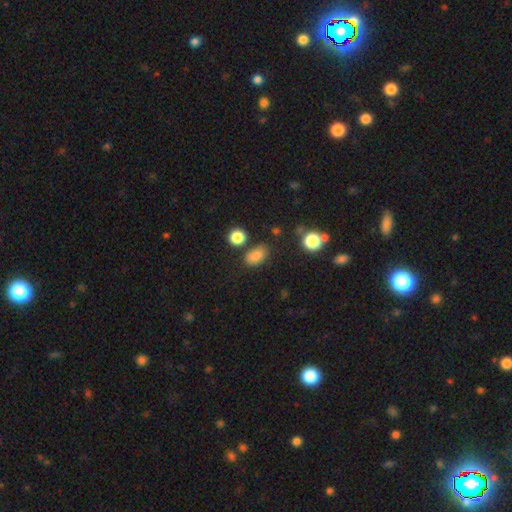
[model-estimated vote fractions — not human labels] This appears to be a smooth galaxy with no disk features (82%) that is in between round and cigar-shaped (82%). Merging: none (72%).